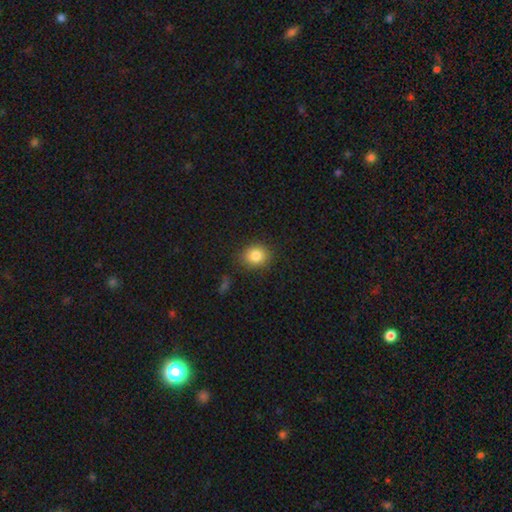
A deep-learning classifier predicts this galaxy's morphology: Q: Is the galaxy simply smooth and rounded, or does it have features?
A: smooth — 83%.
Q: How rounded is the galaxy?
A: round — 73%.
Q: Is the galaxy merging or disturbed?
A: none — 86%.